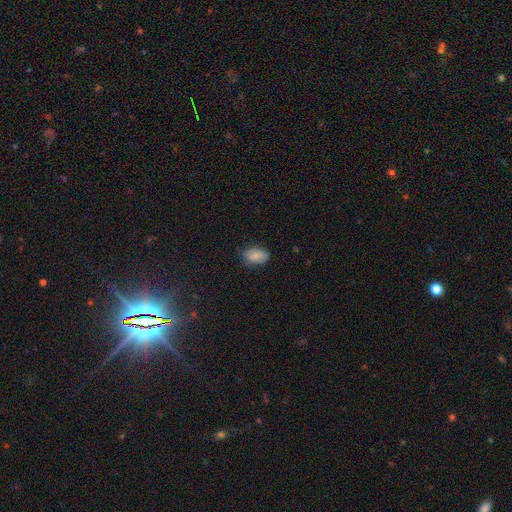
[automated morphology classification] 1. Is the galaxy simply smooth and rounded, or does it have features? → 74% smooth, 18% featured or disk, 8% star or artifact.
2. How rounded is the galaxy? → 89% in between, 9% round, 1% cigar-shaped.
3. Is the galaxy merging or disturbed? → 72% none, 22% minor disturbance, 4% major disturbance, 1% merger.